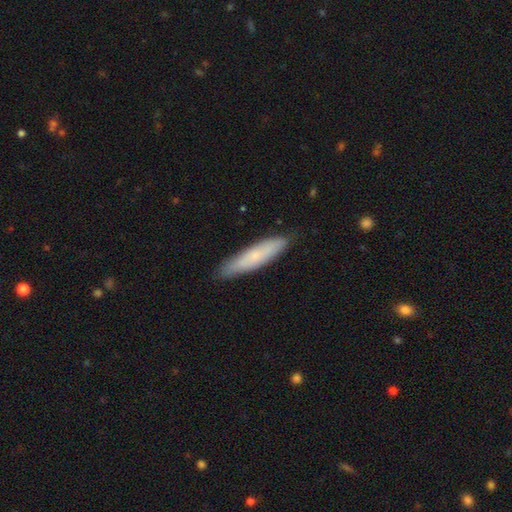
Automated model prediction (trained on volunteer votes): Overall: smooth (69%). How rounded: cigar-shaped (83%). Merging: none (86%).